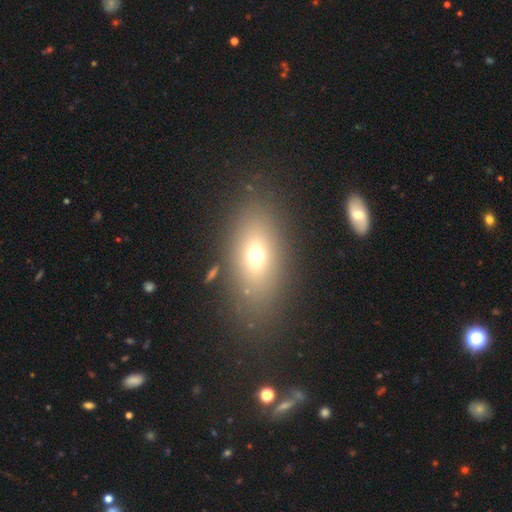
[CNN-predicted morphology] Q: Smooth or featured?
A: smooth (67%); runner-up: featured or disk (17%)
Q: How rounded?
A: in between (79%); runner-up: round (16%)
Q: Merging?
A: none (79%); runner-up: minor disturbance (10%)